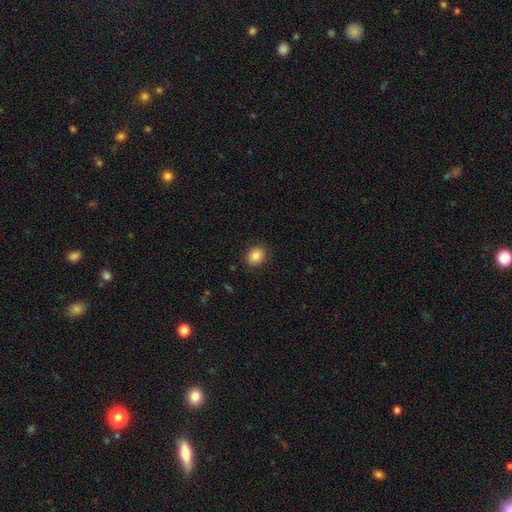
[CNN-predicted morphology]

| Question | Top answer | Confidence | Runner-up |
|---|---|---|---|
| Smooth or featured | smooth | 86% | star or artifact (9%) |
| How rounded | round | 50% | in between (49%) |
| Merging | none | 87% | minor disturbance (9%) |